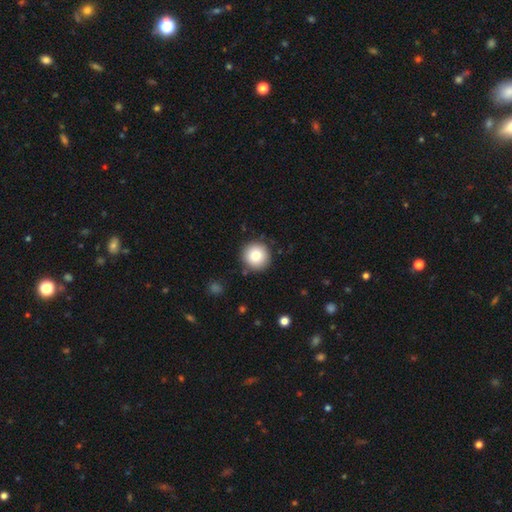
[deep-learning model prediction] This is clearly a smooth galaxy (80%). How rounded: clearly round (95%). Merging: clearly none (88%).